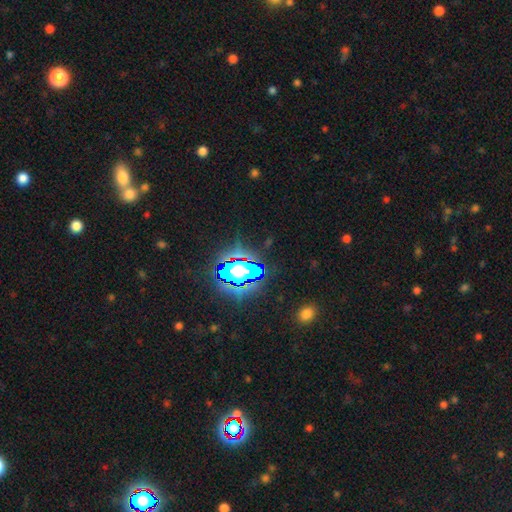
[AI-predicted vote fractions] A star or artifact, not a galaxy (78%).